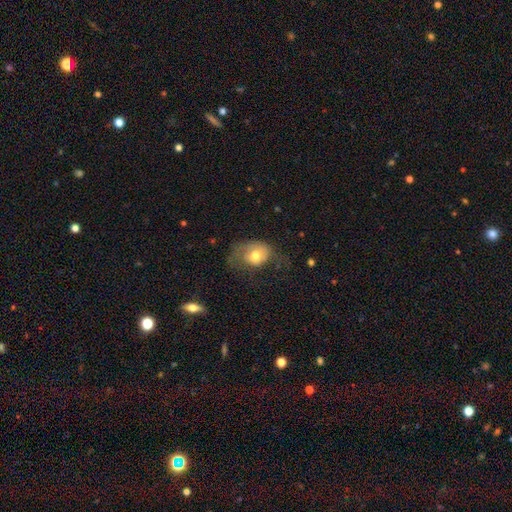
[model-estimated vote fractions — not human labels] Smooth or featured?
  - smooth: 67% *
  - featured or disk: 24%
  - star or artifact: 9%
How rounded?
  - in between: 54% *
  - round: 45%
  - cigar-shaped: 1%
Merging?
  - major disturbance: 40% *
  - none: 29%
  - minor disturbance: 28%
  - merger: 2%